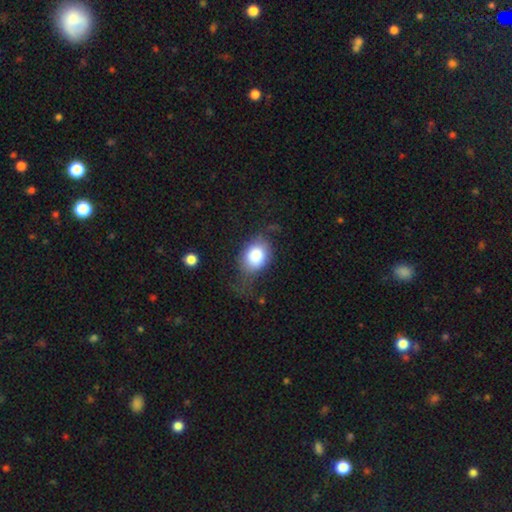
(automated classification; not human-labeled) Smooth or featured?
  - smooth: 81% *
  - featured or disk: 11%
  - star or artifact: 8%
How rounded?
  - in between: 63% *
  - round: 36%
  - cigar-shaped: 1%
Merging?
  - none: 50% *
  - minor disturbance: 29%
  - major disturbance: 18%
  - merger: 3%